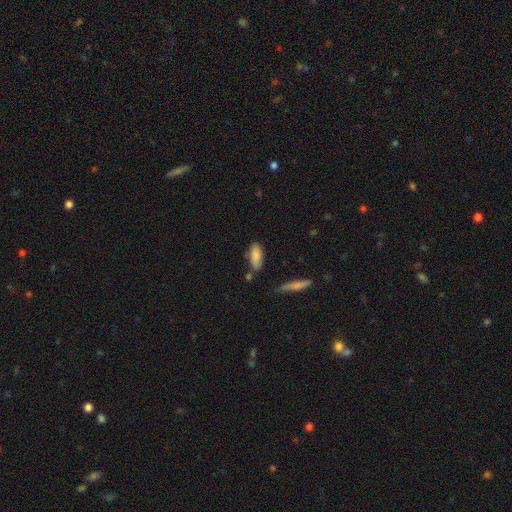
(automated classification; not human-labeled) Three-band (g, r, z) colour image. It shows a smooth galaxy with no disk features (84%) that is in between round and cigar-shaped (76%). Merging: none (70%).